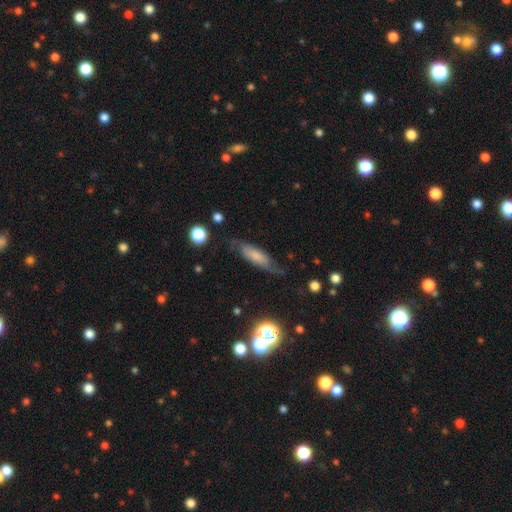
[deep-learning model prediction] This appears to be a smooth galaxy with no disk features (48%). Merging: none (66%).